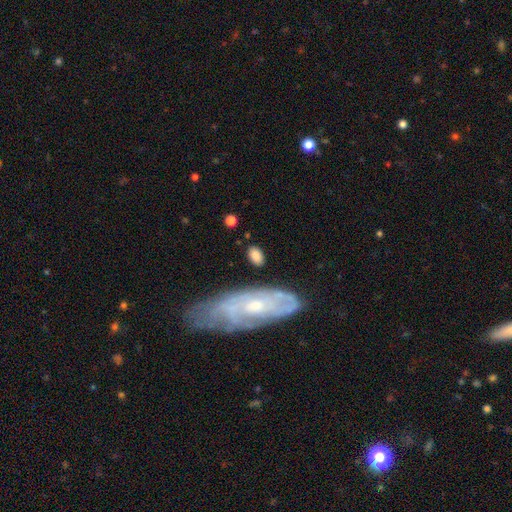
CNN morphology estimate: smooth 78%, featured or disk 16%, star or artifact 6%. Down the decision tree: how rounded — in between (89%); merging — none (77%).